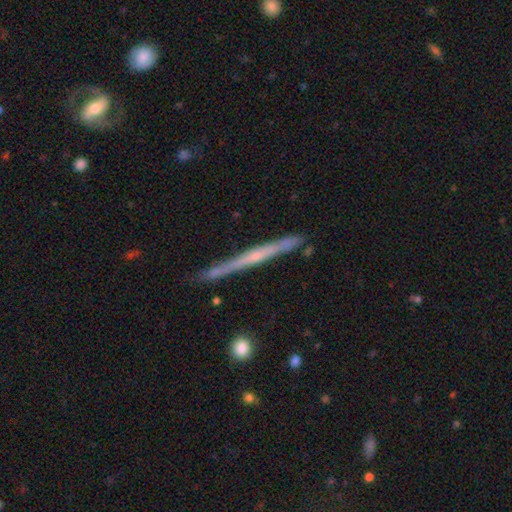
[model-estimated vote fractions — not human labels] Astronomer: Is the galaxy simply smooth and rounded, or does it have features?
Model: featured or disk — 67%.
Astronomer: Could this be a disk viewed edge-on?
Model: yes — 97%.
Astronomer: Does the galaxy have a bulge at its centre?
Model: none — 61%.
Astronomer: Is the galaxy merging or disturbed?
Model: none — 80%.